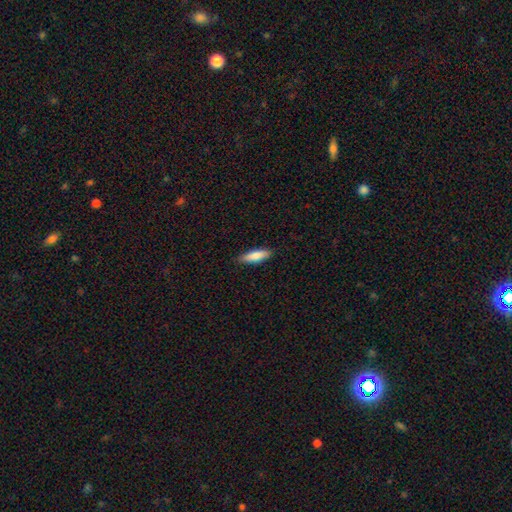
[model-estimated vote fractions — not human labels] A smooth galaxy with no disk features (80%) that is cigar-shaped (53%).

Vote fractions:
- Smooth or featured? smooth: 80% / featured or disk: 14% / star or artifact: 6%
- How rounded? cigar-shaped: 53% / in between: 45% / round: 2%
- Merging? none: 87% / minor disturbance: 10% / major disturbance: 2% / merger: 1%